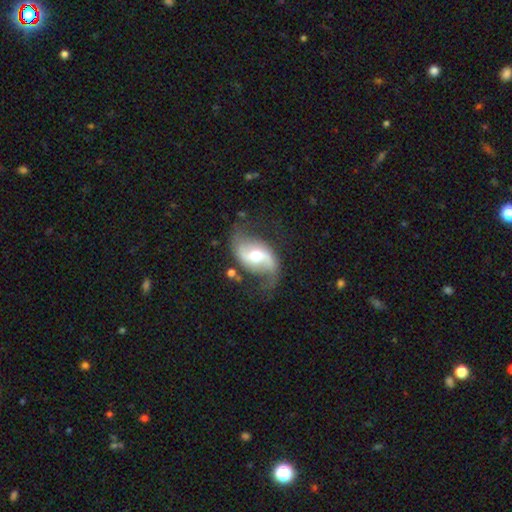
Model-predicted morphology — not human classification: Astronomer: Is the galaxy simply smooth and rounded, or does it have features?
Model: featured or disk — 83%.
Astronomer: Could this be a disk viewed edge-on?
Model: no — 97%.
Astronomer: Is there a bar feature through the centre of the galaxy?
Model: weak — 39% (runner-up: no, 34%).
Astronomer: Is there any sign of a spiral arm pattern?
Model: yes — 93%.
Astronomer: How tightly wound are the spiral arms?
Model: loose — 73%.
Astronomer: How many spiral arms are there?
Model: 2 — 89%.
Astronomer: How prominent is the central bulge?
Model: moderate — 69%.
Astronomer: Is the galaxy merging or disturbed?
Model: none — 64%.